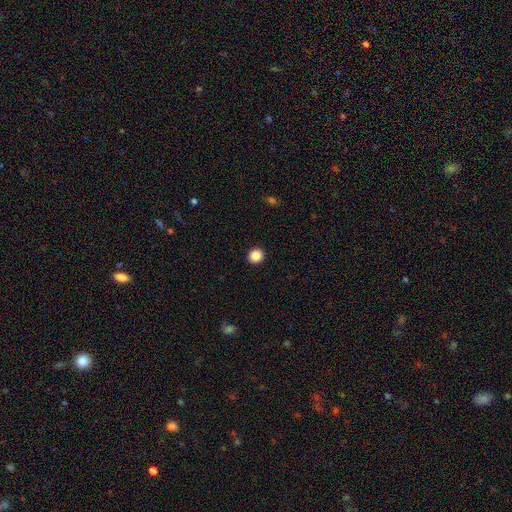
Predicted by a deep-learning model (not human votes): Q: Smooth or featured?
A: smooth (87%); runner-up: star or artifact (10%)
Q: How rounded?
A: round (91%); runner-up: in between (8%)
Q: Merging?
A: none (93%); runner-up: minor disturbance (4%)